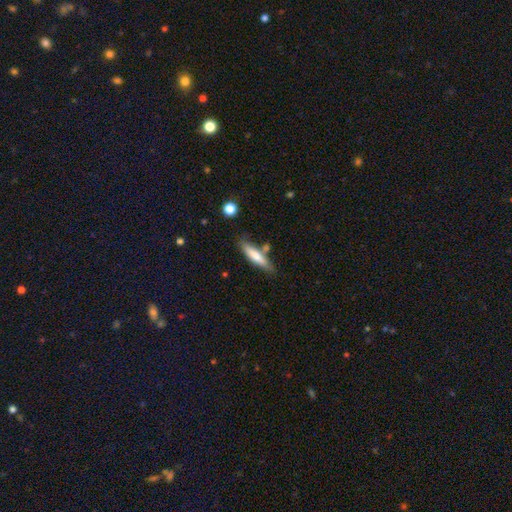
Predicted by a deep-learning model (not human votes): Q: Smooth or featured?
A: smooth (67%); runner-up: featured or disk (27%)
Q: How rounded?
A: cigar-shaped (78%); runner-up: in between (20%)
Q: Merging?
A: none (70%); runner-up: minor disturbance (16%)